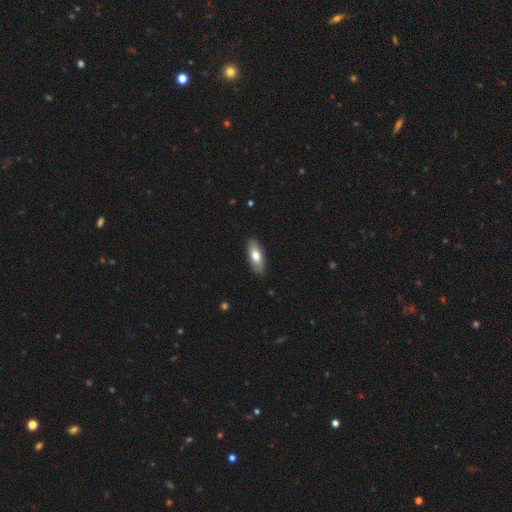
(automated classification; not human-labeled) A smooth galaxy with no disk features (72%) that is in between round and cigar-shaped (76%). Merging: none (88%).